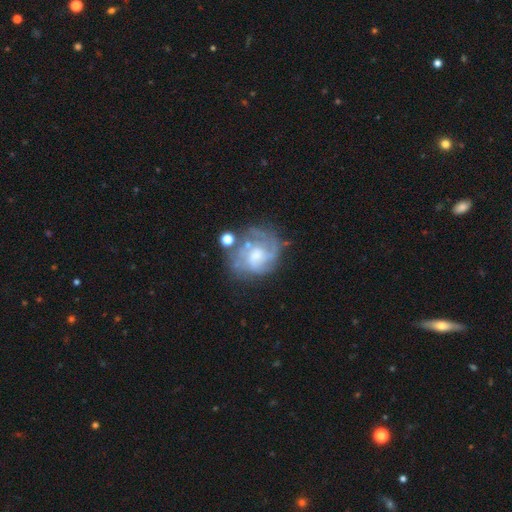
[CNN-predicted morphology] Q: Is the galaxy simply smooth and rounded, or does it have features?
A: featured or disk — 69%.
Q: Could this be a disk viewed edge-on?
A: no — 98%.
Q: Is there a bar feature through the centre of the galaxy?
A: no — 63%.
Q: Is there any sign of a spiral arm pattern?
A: yes — 78%.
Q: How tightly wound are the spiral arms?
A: tight — 41%.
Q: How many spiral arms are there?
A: can't tell — 41%.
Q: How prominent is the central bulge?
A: moderate — 41%.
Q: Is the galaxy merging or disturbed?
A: none — 49%.